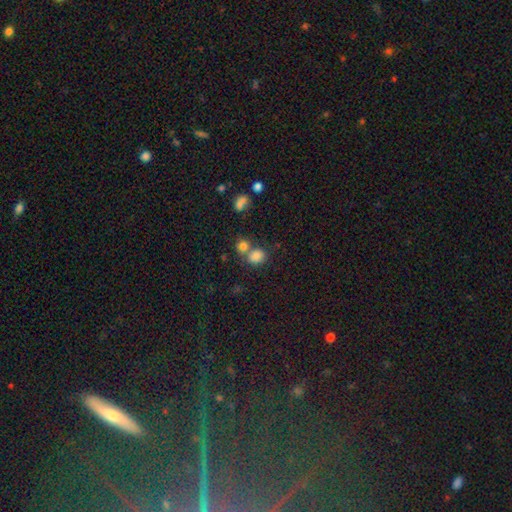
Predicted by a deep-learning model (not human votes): Overall: smooth (81%). How rounded: round (65%; in between 34%). Merging: none (50%; merger 35%).